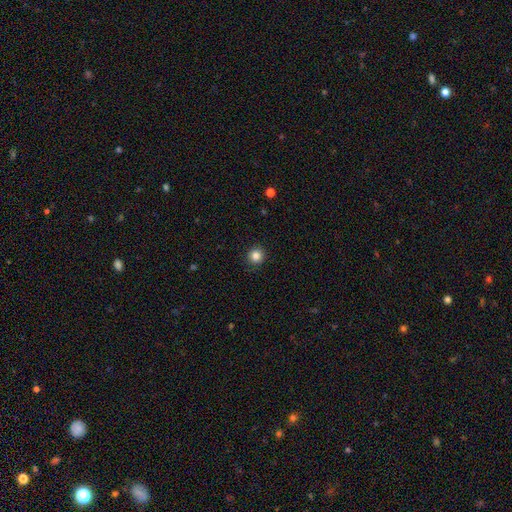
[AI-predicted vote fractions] A smooth galaxy with no disk features (85%) that is round (93%). Merging: none (91%).